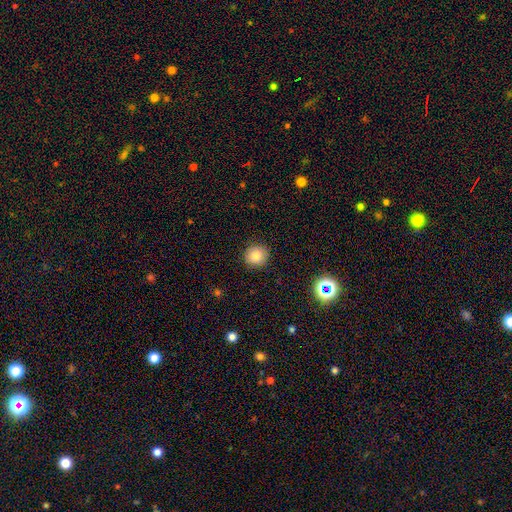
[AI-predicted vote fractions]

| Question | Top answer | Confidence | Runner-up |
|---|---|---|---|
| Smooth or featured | smooth | 82% | star or artifact (12%) |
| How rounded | round | 91% | in between (8%) |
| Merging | none | 90% | minor disturbance (7%) |